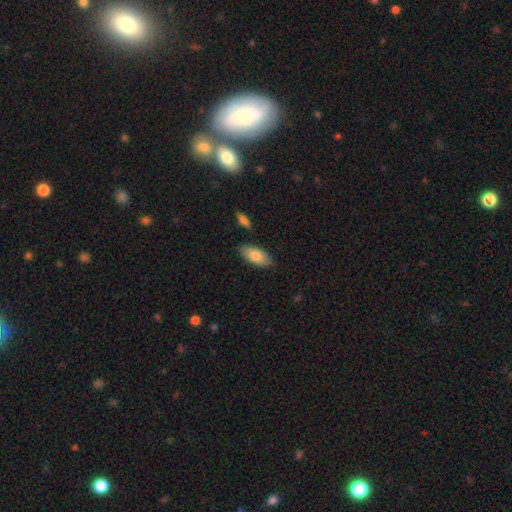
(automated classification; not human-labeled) Smooth or featured: smooth — 80% (featured or disk — 14%)
How rounded: in between — 90% (cigar-shaped — 7%)
Merging: none — 84% (minor disturbance — 11%)